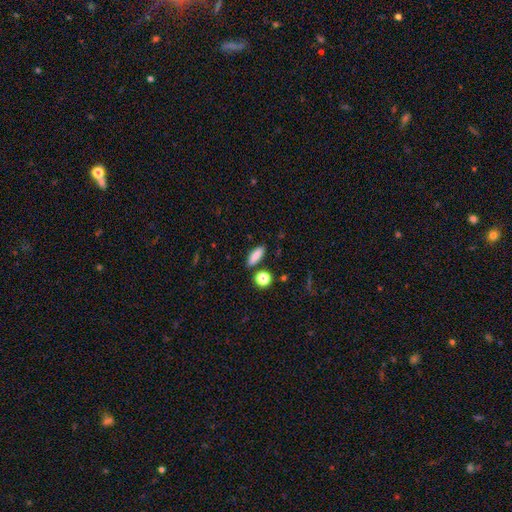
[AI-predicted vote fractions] Smooth or featured? smooth (85%)
How rounded? in between (57%)
Merging? none (83%)